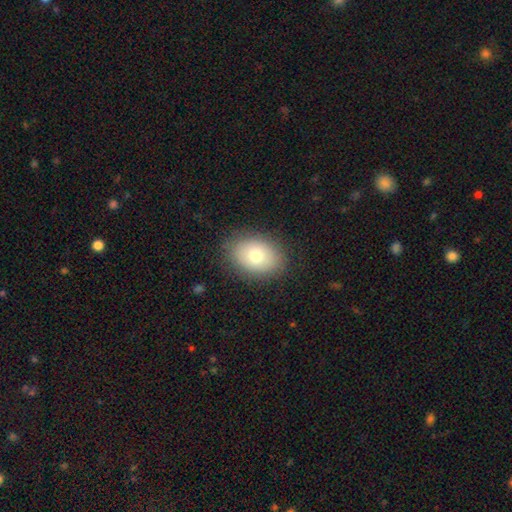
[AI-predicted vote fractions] A smooth galaxy with no disk features (75%) that is in between round and cigar-shaped (73%). Merging: none (85%).